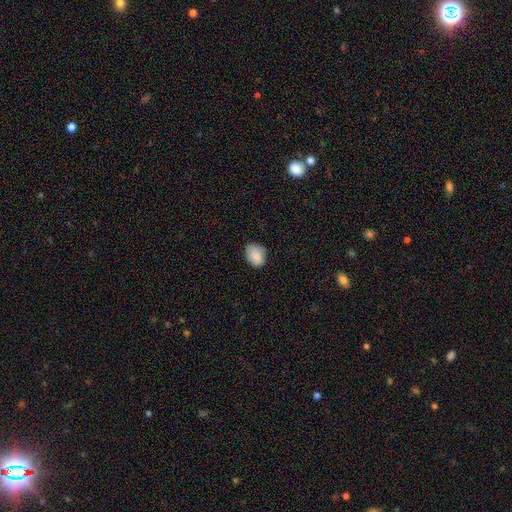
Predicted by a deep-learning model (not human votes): This is clearly a smooth galaxy (82%). How rounded: likely in between (71%). Merging: likely none (72%).